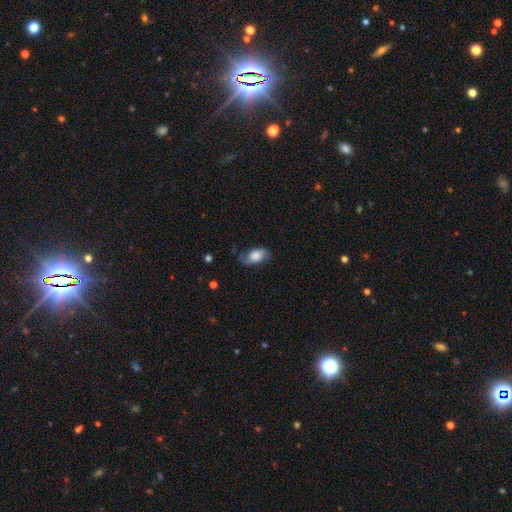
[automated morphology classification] This appears to be a smooth galaxy with no disk features (61%) that is in between round and cigar-shaped (91%). Merging: none (54%).